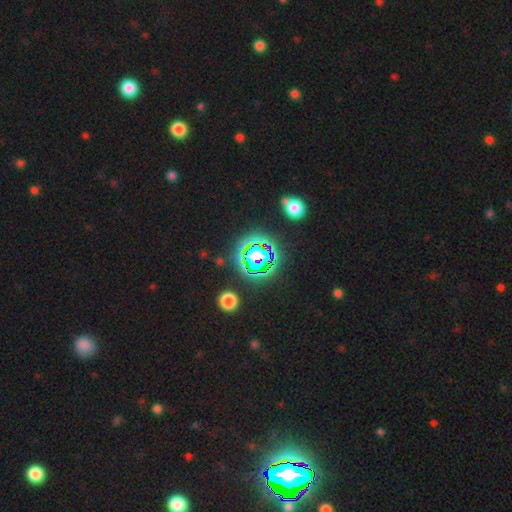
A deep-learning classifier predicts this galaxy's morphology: Overall: star or artifact (68%).